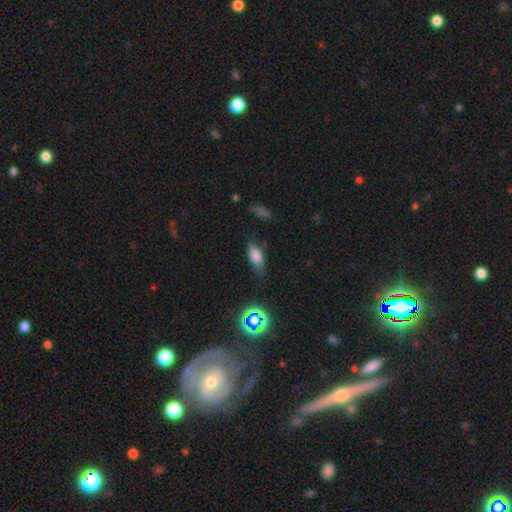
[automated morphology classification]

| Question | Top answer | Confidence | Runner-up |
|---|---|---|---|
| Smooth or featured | smooth | 74% | star or artifact (13%) |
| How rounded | in between | 82% | cigar-shaped (13%) |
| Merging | none | 64% | minor disturbance (26%) |